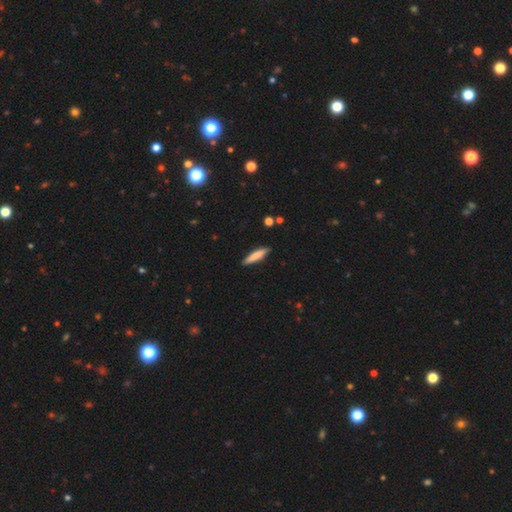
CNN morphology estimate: This appears to be a smooth galaxy with no disk features (74%) that is cigar-shaped (85%). Merging: none (89%).